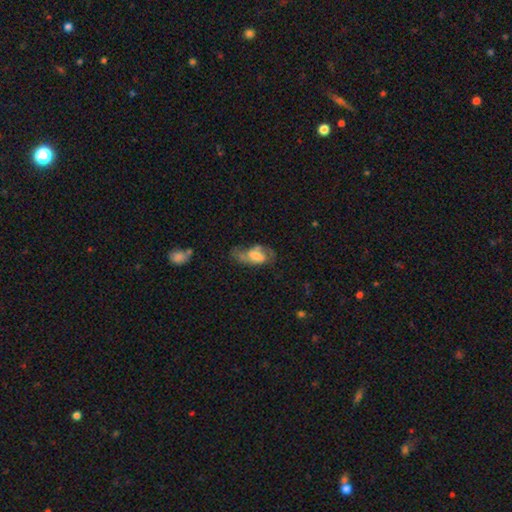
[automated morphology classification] featured or disk 53%, smooth 39%, star or artifact 8%. Down the decision tree: edge-on disk — no (93%); merging — none (42%).